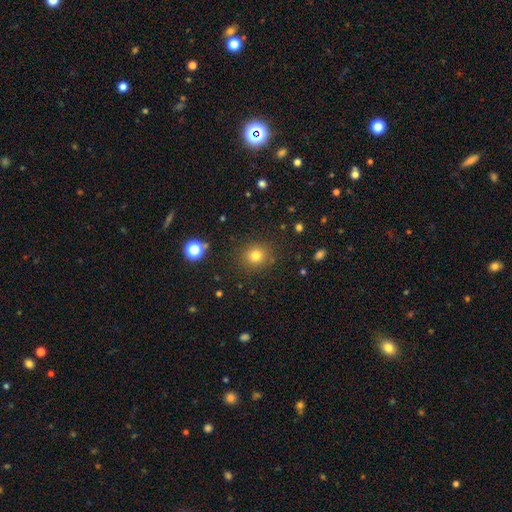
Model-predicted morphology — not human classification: smooth-or-featured: smooth: 78% | star or artifact: 15% | featured or disk: 7%
  how-rounded: round: 84% | in between: 15% | cigar-shaped: 1%
  merging: none: 86% | minor disturbance: 9% | major disturbance: 4% | merger: 2%